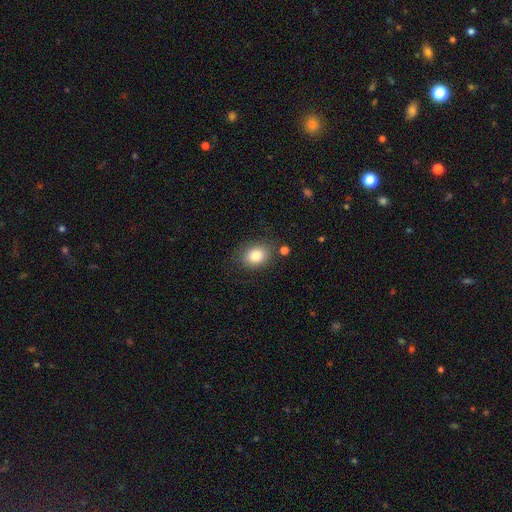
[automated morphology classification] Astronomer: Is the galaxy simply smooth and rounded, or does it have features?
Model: smooth — 83%.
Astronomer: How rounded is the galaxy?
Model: in between — 56% (runner-up: round, 43%).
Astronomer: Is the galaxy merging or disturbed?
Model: none — 79%.